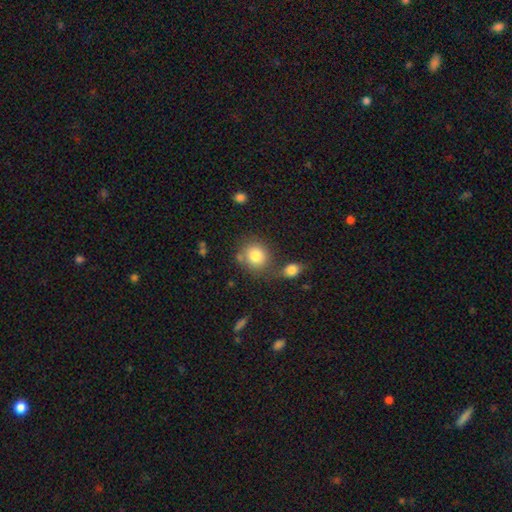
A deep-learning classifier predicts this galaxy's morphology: smooth 82%, star or artifact 9%, featured or disk 9%. Down the decision tree: how rounded — round (81%); merging — none (64%).